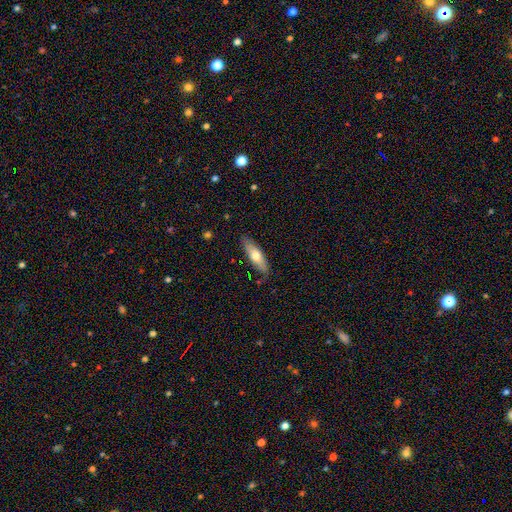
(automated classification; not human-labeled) Overall: smooth (62%; featured or disk 32%). How rounded: cigar-shaped (53%; in between 45%). Merging: none (83%).